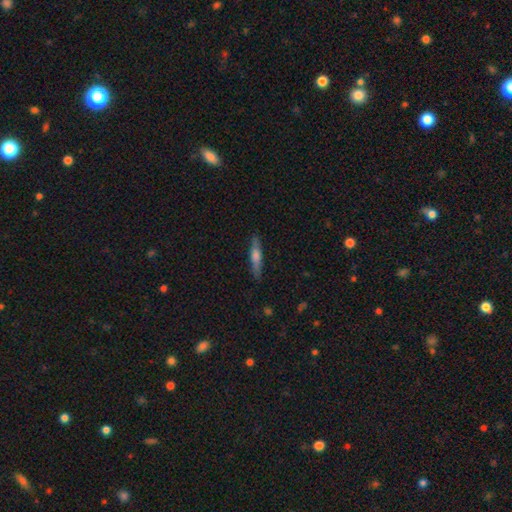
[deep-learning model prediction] Smooth or featured?
  - smooth: 51% *
  - featured or disk: 42%
  - star or artifact: 6%
How rounded?
  - cigar-shaped: 86% *
  - in between: 12%
  - round: 2%
Merging?
  - none: 86% *
  - minor disturbance: 10%
  - major disturbance: 2%
  - merger: 1%